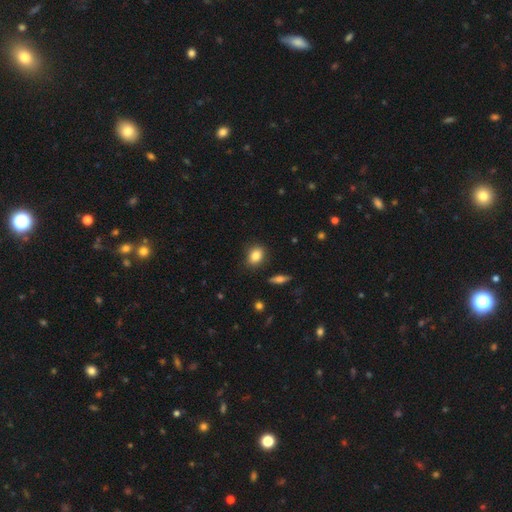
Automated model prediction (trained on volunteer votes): Smooth or featured?
  - smooth: 84% *
  - star or artifact: 9%
  - featured or disk: 7%
How rounded?
  - in between: 57% *
  - round: 41%
  - cigar-shaped: 2%
Merging?
  - none: 85% *
  - minor disturbance: 10%
  - major disturbance: 2%
  - merger: 2%